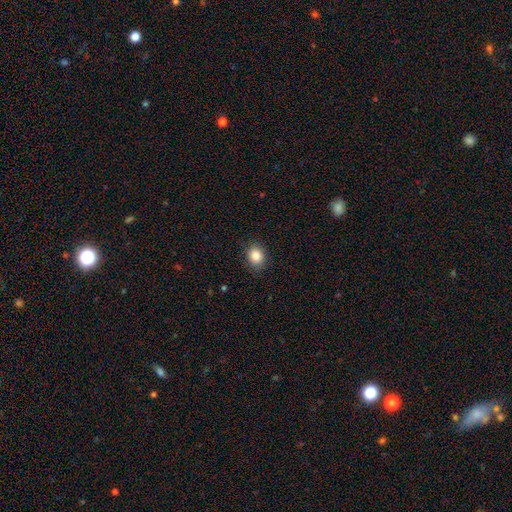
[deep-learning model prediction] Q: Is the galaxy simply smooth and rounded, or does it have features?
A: smooth — 86%.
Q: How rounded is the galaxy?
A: round — 54%.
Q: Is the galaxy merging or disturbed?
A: none — 87%.